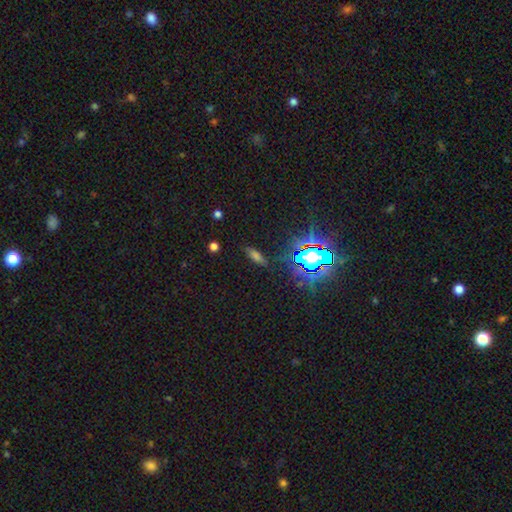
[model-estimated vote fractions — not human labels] Smooth or featured?
  - smooth: 49% *
  - star or artifact: 33%
  - featured or disk: 18%
Merging?
  - none: 81% *
  - minor disturbance: 12%
  - major disturbance: 4%
  - merger: 3%